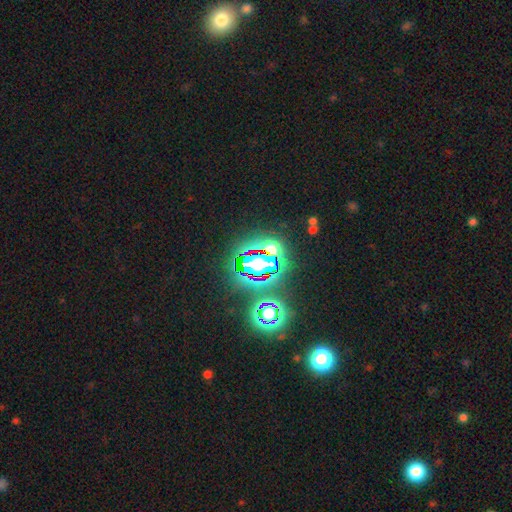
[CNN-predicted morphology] Smooth or featured? star or artifact (82%)